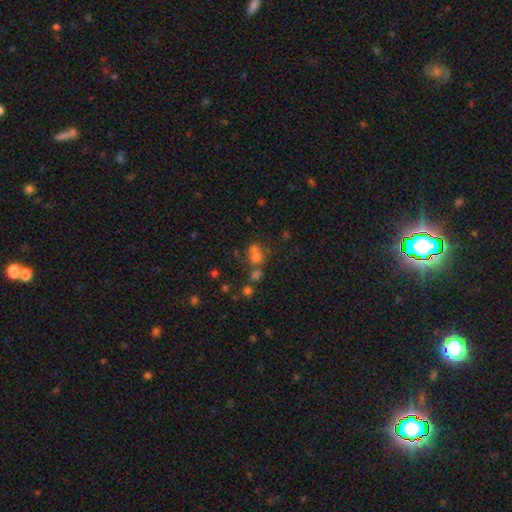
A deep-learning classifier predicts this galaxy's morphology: smooth-or-featured: smooth: 52% | star or artifact: 30% | featured or disk: 18%
  how-rounded: round: 65% | in between: 33% | cigar-shaped: 2%
  merging: merger: 48% | none: 38% | minor disturbance: 9% | major disturbance: 6%